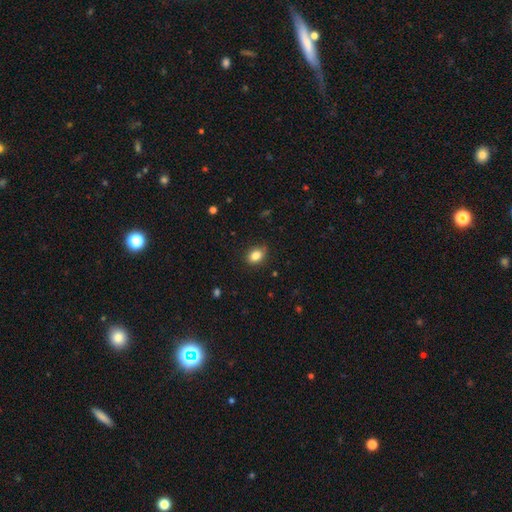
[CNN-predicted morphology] A smooth galaxy with no disk features (84%) that is in between round and cigar-shaped (69%).

Vote fractions:
- Smooth or featured? smooth: 84% / star or artifact: 9% / featured or disk: 7%
- How rounded? in between: 69% / round: 29% / cigar-shaped: 1%
- Merging? none: 81% / minor disturbance: 15% / major disturbance: 3% / merger: 1%